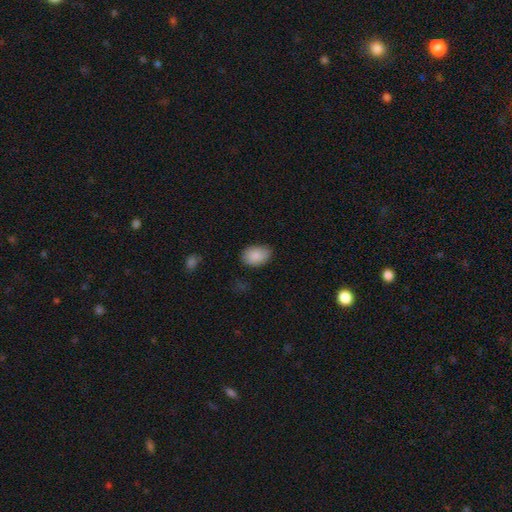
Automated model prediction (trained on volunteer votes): Morphology: type=smooth (87%); roundness=in between (79%); merging=none (73%).